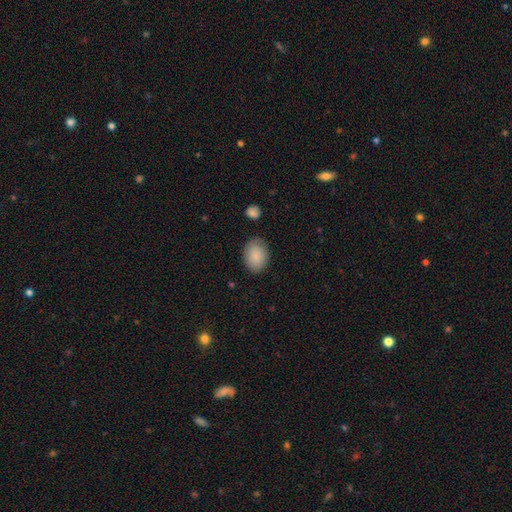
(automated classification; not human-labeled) Smooth or featured? smooth (88%)
How rounded? in between (77%)
Merging? none (81%)